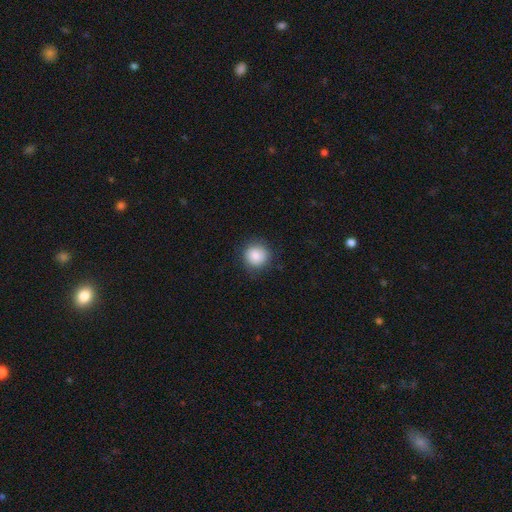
smooth-or-featured: smooth: 87% | featured or disk: 8% | star or artifact: 5%
  how-rounded: round: 94% | in between: 6% | cigar-shaped: 0%
  merging: none: 81% | minor disturbance: 14% | major disturbance: 5% | merger: 0%